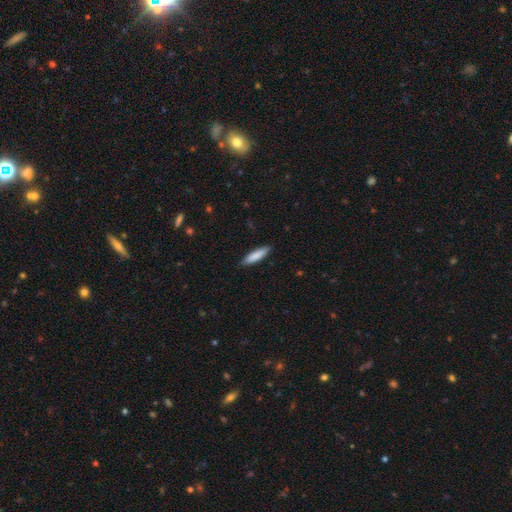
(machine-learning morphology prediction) smooth_or_featured: smooth (p=0.85) [alt: featured or disk p=0.10]
how_rounded: cigar-shaped (p=0.78) [alt: in between p=0.21]
merging: none (p=0.88) [alt: minor disturbance p=0.09]